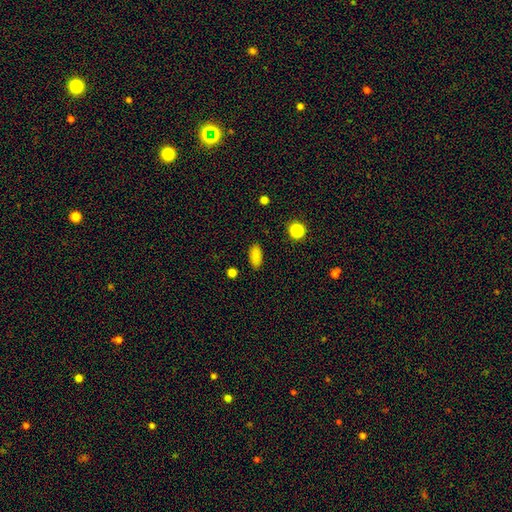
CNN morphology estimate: A smooth galaxy with no disk features (86%) that is in between round and cigar-shaped (89%).

Vote fractions:
- Smooth or featured? smooth: 86% / star or artifact: 10% / featured or disk: 4%
- How rounded? in between: 89% / cigar-shaped: 7% / round: 4%
- Merging? none: 88% / minor disturbance: 8% / major disturbance: 2% / merger: 1%